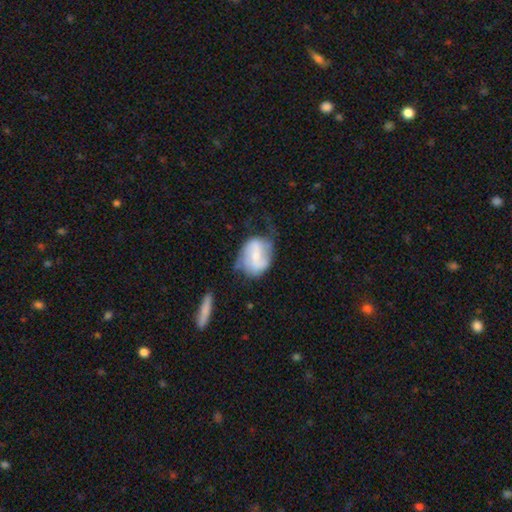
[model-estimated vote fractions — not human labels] Morphology: type=featured or disk (62%); edge-on=no (97%); bar=weak (46%); spiral arms=yes (83%); bulge=small (51%); merging=none (46%).